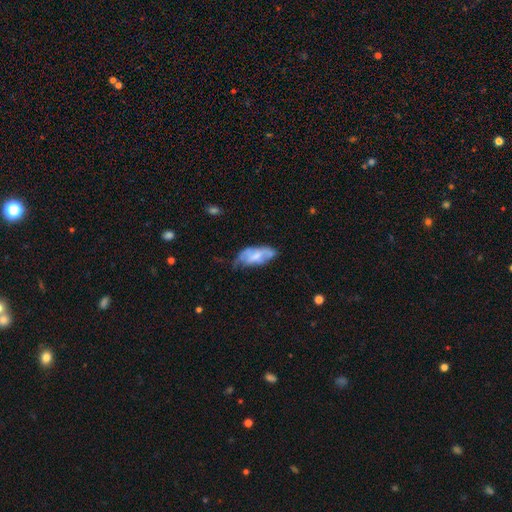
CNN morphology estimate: A smooth galaxy with no disk features (51%) that is in between round and cigar-shaped (86%).

Vote fractions:
- Smooth or featured? smooth: 51% / featured or disk: 42% / star or artifact: 7%
- How rounded? in between: 86% / cigar-shaped: 12% / round: 2%
- Merging? minor disturbance: 40% / none: 39% / major disturbance: 18% / merger: 4%